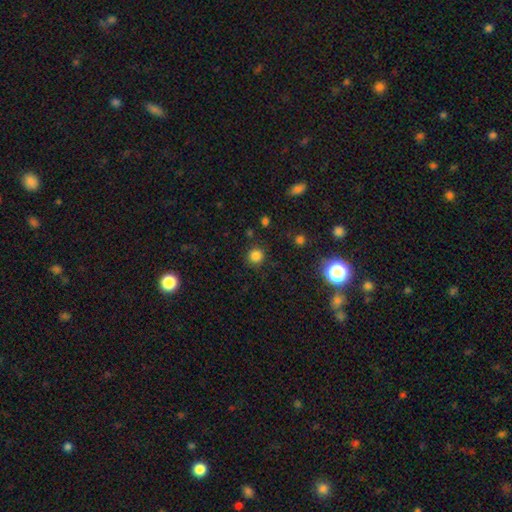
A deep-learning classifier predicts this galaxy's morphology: A smooth galaxy with no disk features (82%) that is round (93%). Merging: none (88%).